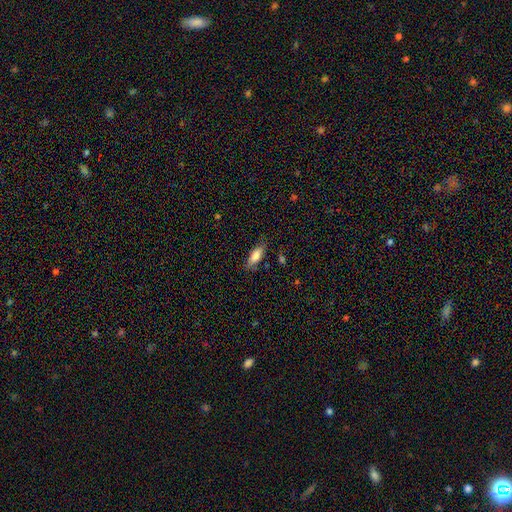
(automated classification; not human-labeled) Smooth or featured? Predicted: smooth (p=0.80). How rounded? Predicted: in between (p=0.68). Merging? Predicted: none (p=0.78).